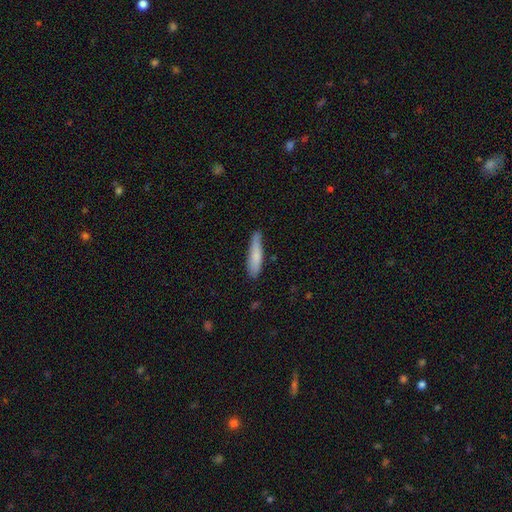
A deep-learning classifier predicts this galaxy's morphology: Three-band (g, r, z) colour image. It shows a smooth galaxy with no disk features (77%) that is cigar-shaped (81%). Merging: none (73%).